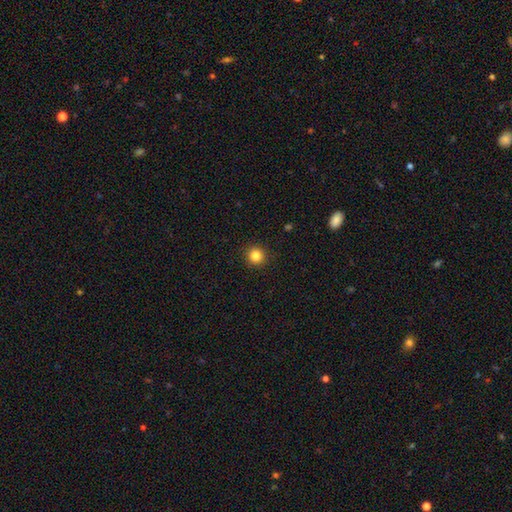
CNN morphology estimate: Smooth or featured: smooth — 84% (star or artifact — 12%)
How rounded: round — 95% (in between — 4%)
Merging: none — 93% (minor disturbance — 5%)